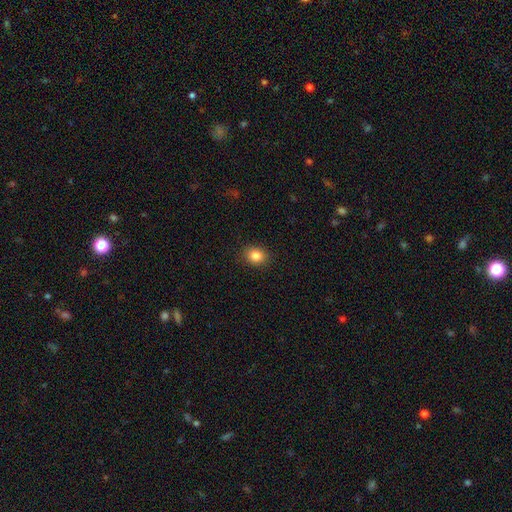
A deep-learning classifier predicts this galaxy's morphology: smooth_or_featured: smooth (p=0.84) [alt: star or artifact p=0.10]
how_rounded: round (p=0.55) [alt: in between p=0.44]
merging: none (p=0.89) [alt: minor disturbance p=0.08]